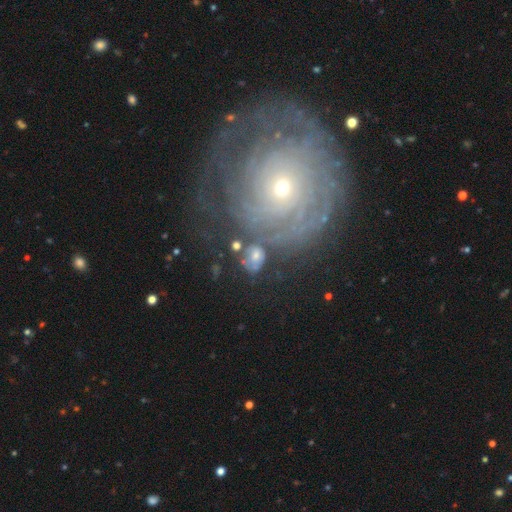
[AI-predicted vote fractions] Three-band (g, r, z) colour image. It shows a featured or disk galaxy (46%). Merging: none (55%).